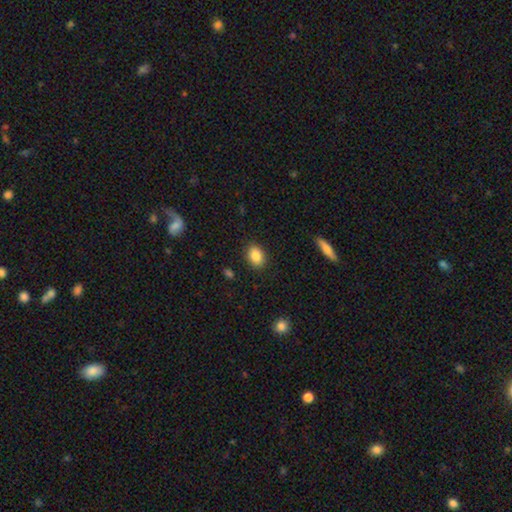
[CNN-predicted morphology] This is clearly a smooth galaxy (87%). How rounded: likely in between (76%). Merging: clearly none (87%).